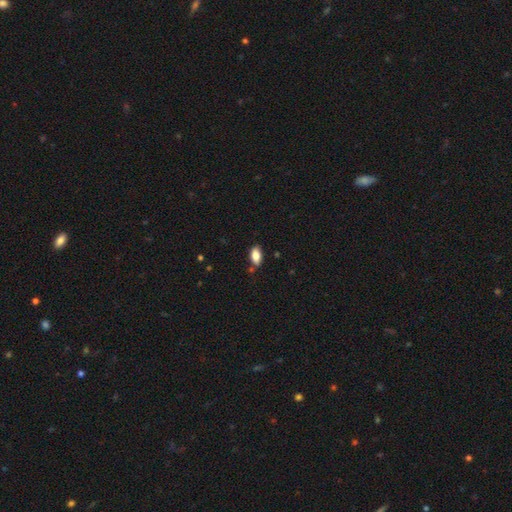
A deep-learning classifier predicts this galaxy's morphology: smooth-or-featured: smooth: 83% | featured or disk: 10% | star or artifact: 7%
  how-rounded: in between: 91% | cigar-shaped: 6% | round: 3%
  merging: none: 79% | minor disturbance: 15% | merger: 4% | major disturbance: 3%